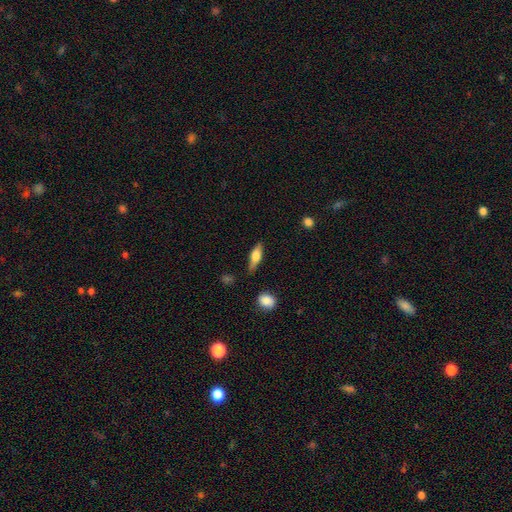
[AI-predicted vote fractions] This appears to be a smooth galaxy with no disk features (53%) that is in between round and cigar-shaped (49%). Merging: none (79%).